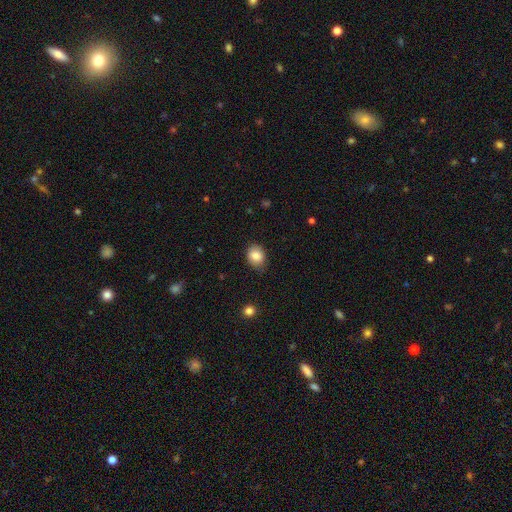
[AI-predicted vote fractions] The model was most divided on "how rounded": in between: 54%, round: 45%, cigar-shaped: 1%. More confident: smooth or featured — smooth (85%); merging — none (77%).